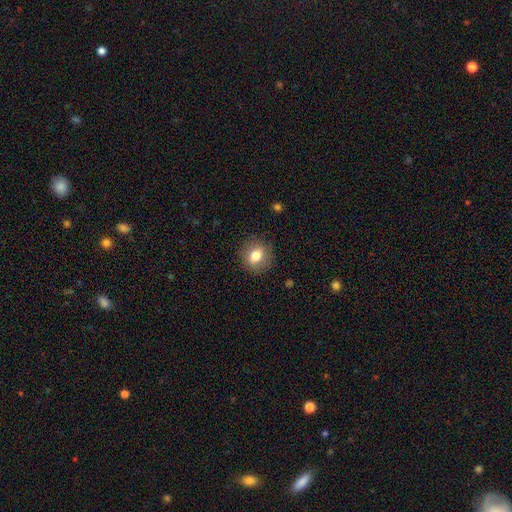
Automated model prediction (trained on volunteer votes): smooth 78%, featured or disk 12%, star or artifact 9%. Down the decision tree: how rounded — round (71%); merging — none (86%).